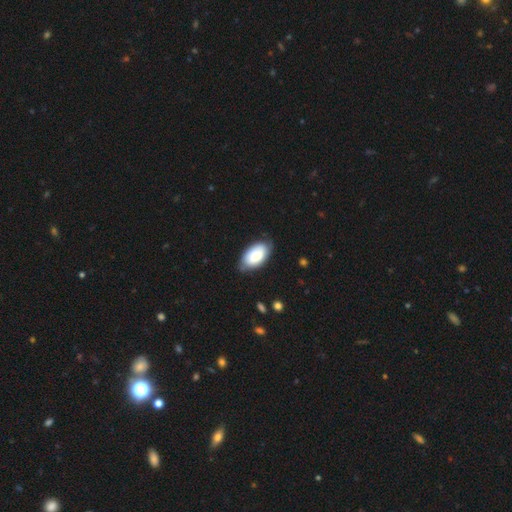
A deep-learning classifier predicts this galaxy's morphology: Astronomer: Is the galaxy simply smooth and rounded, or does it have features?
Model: smooth — 76%.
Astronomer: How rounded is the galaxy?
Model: in between — 95%.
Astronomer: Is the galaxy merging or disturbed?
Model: none — 73%.